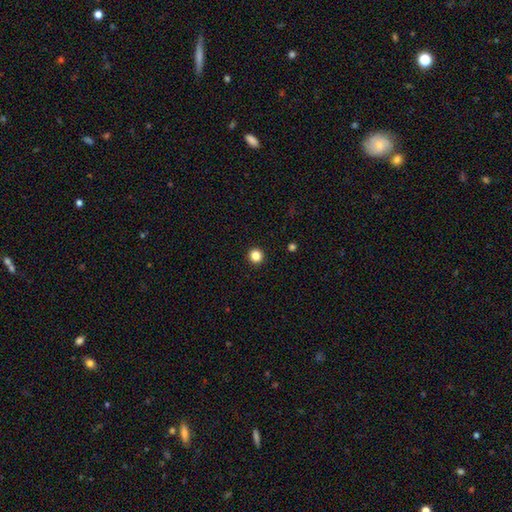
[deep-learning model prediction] Q: Smooth or featured?
A: smooth (85%); runner-up: star or artifact (12%)
Q: How rounded?
A: round (96%); runner-up: in between (3%)
Q: Merging?
A: none (94%); runner-up: minor disturbance (4%)